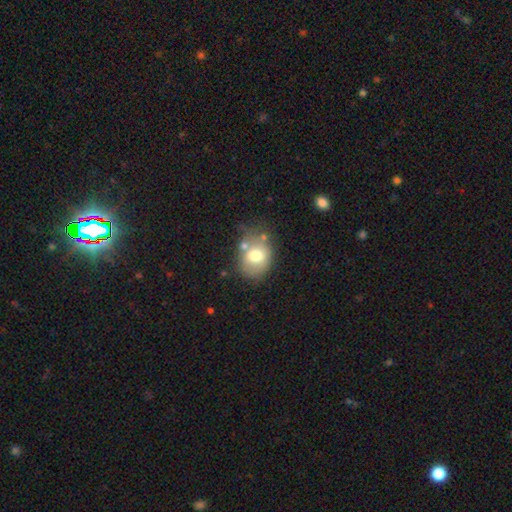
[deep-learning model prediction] Smooth or featured?
  - smooth: 69% *
  - featured or disk: 22%
  - star or artifact: 9%
How rounded?
  - in between: 51% *
  - round: 48%
  - cigar-shaped: 1%
Merging?
  - none: 60% *
  - minor disturbance: 21%
  - merger: 11%
  - major disturbance: 8%